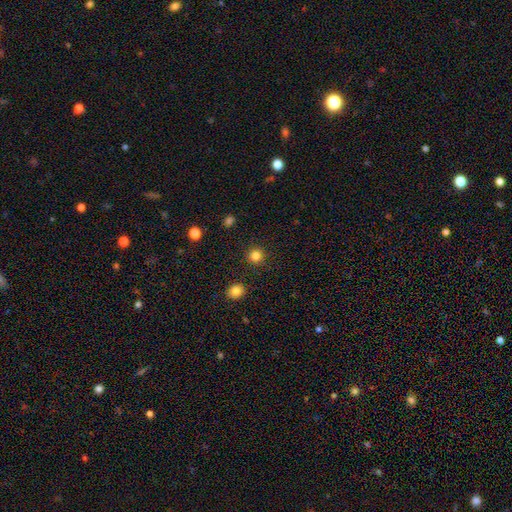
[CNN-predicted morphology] Smooth or featured?
  - smooth: 83% *
  - star or artifact: 13%
  - featured or disk: 4%
How rounded?
  - round: 94% *
  - in between: 5%
  - cigar-shaped: 1%
Merging?
  - none: 92% *
  - minor disturbance: 5%
  - major disturbance: 2%
  - merger: 2%